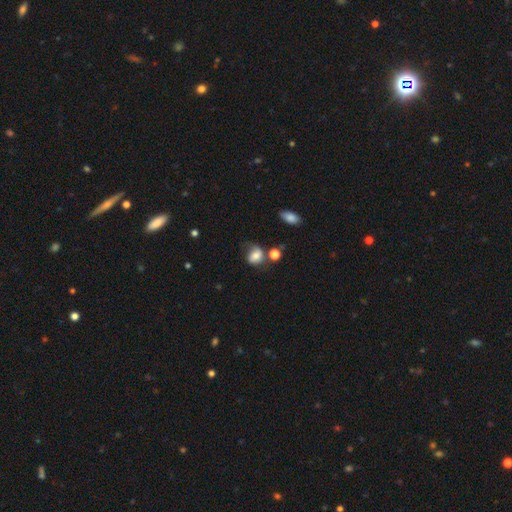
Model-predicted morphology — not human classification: Smooth or featured? smooth (61%)
How rounded? round (51%)
Merging? none (42%)